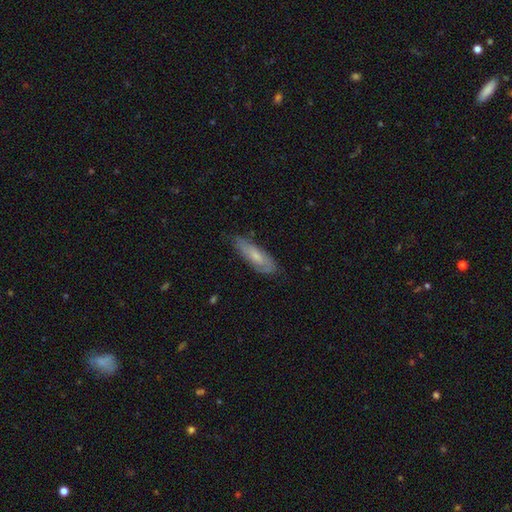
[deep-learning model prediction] A smooth galaxy with no disk features (49%). Merging: none (71%).